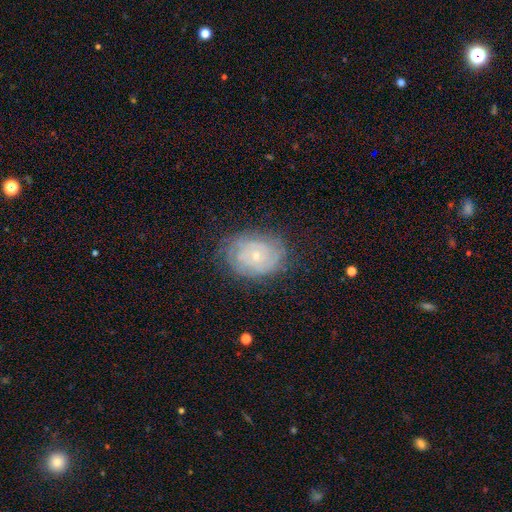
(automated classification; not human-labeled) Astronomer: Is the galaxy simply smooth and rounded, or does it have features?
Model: featured or disk — 71%.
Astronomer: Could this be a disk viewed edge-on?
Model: no — 97%.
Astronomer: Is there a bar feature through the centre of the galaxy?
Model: no — 81%.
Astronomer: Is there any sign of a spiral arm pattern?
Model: yes — 87%.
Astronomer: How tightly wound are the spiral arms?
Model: tight — 78%.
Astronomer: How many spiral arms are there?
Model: can't tell — 50%.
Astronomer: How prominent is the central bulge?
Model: small — 76%.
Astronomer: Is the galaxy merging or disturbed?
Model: none — 76%.